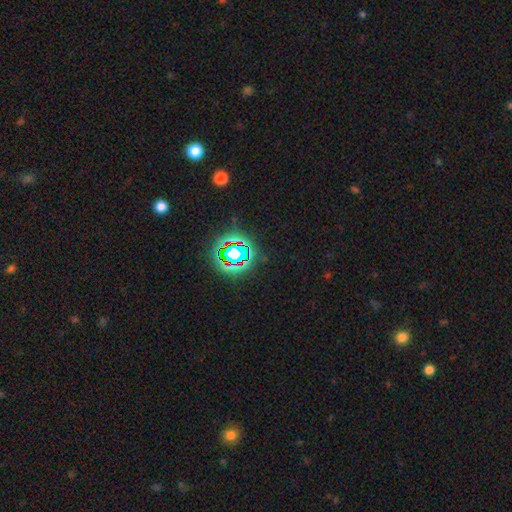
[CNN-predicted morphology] Overall: star or artifact (79%).